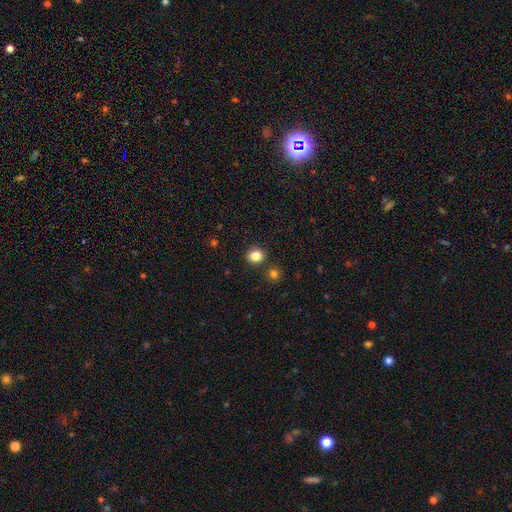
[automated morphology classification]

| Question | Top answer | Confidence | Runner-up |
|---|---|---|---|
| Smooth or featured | smooth | 84% | star or artifact (11%) |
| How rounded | round | 77% | in between (23%) |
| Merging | none | 85% | minor disturbance (7%) |